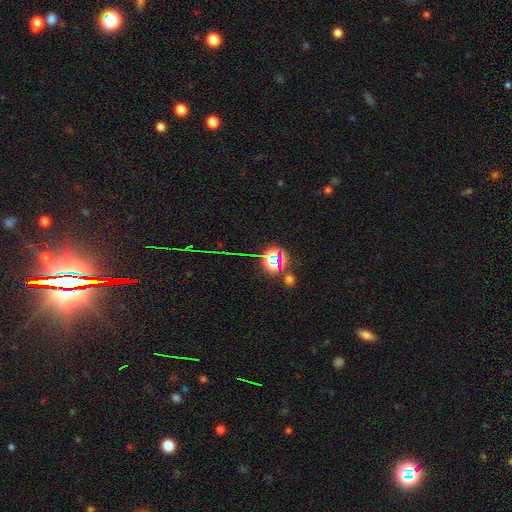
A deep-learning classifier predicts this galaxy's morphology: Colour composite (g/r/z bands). It shows a star or artifact, not a galaxy (76%).